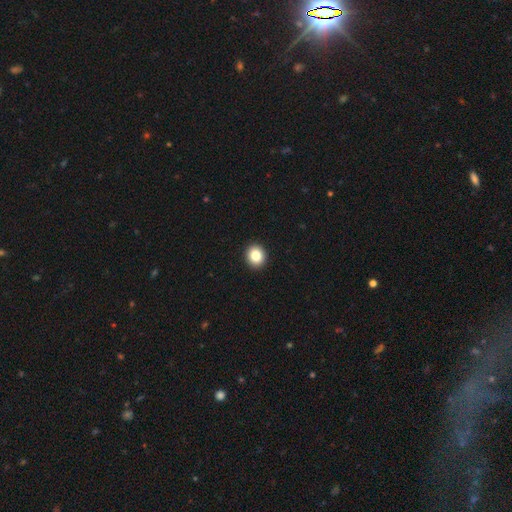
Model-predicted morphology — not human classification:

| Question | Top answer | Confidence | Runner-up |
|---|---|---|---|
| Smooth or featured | smooth | 85% | star or artifact (9%) |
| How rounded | round | 79% | in between (20%) |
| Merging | none | 93% | minor disturbance (4%) |